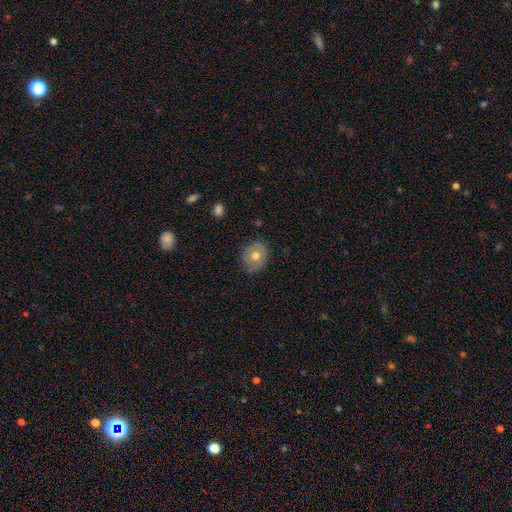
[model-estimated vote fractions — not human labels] A smooth galaxy with no disk features (60%) that is round (58%).

Vote fractions:
- Smooth or featured? smooth: 60% / featured or disk: 31% / star or artifact: 9%
- How rounded? round: 58% / in between: 41% / cigar-shaped: 1%
- Merging? none: 76% / minor disturbance: 19% / major disturbance: 4% / merger: 1%